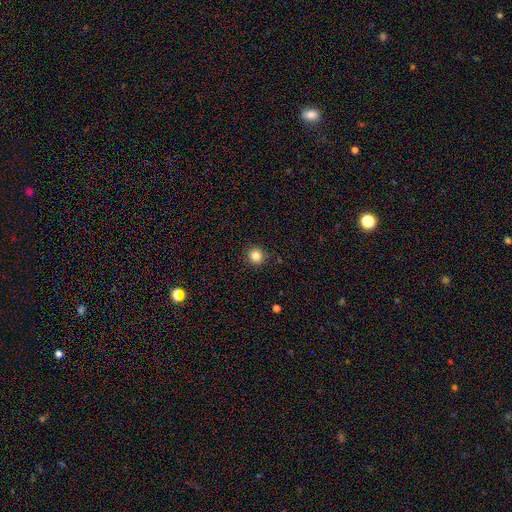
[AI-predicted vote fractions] smooth_or_featured: smooth (p=0.84) [alt: star or artifact p=0.12]
how_rounded: round (p=0.94) [alt: in between p=0.05]
merging: none (p=0.91) [alt: minor disturbance p=0.06]